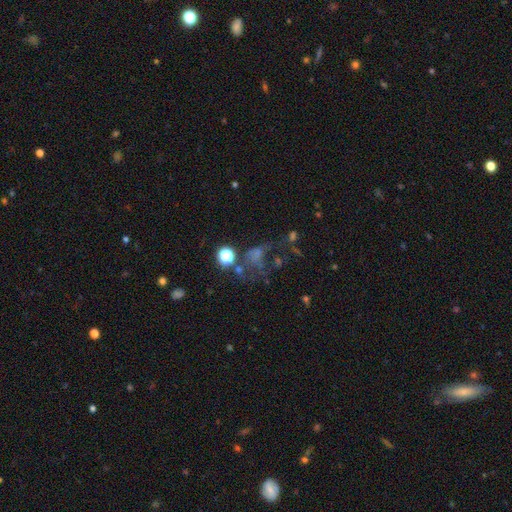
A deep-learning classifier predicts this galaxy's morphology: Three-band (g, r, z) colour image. It shows a smooth galaxy with no disk features (41%). Merging: major disturbance (36%).